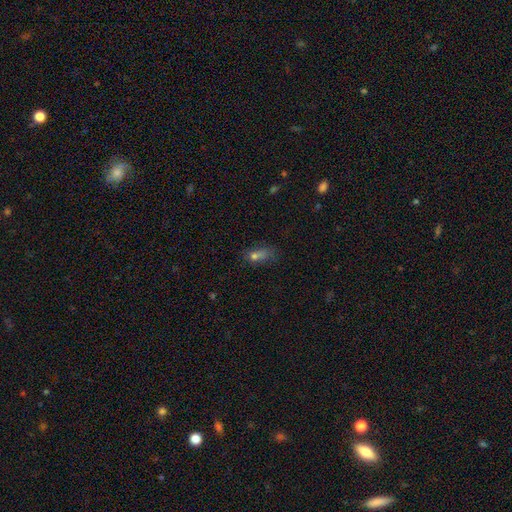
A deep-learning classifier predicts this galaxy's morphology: Smooth or featured?
  - smooth: 60% *
  - star or artifact: 24%
  - featured or disk: 17%
How rounded?
  - in between: 67% *
  - round: 17%
  - cigar-shaped: 16%
Merging?
  - none: 43% *
  - minor disturbance: 27%
  - major disturbance: 22%
  - merger: 8%